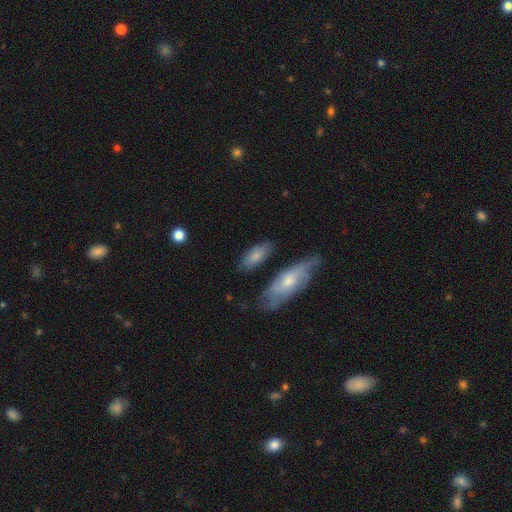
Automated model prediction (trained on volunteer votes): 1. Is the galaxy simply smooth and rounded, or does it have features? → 71% smooth, 23% featured or disk, 6% star or artifact.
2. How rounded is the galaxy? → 77% in between, 20% cigar-shaped, 3% round.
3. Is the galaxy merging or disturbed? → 70% none, 18% minor disturbance, 7% merger, 5% major disturbance.